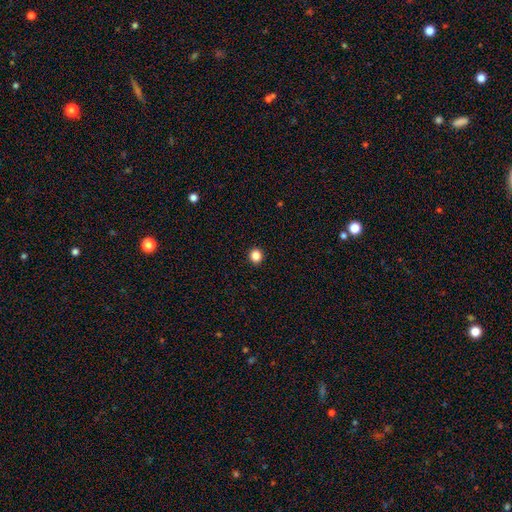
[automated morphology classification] Smooth or featured? Predicted: smooth (p=0.85). How rounded? Predicted: round (p=0.88). Merging? Predicted: none (p=0.93).